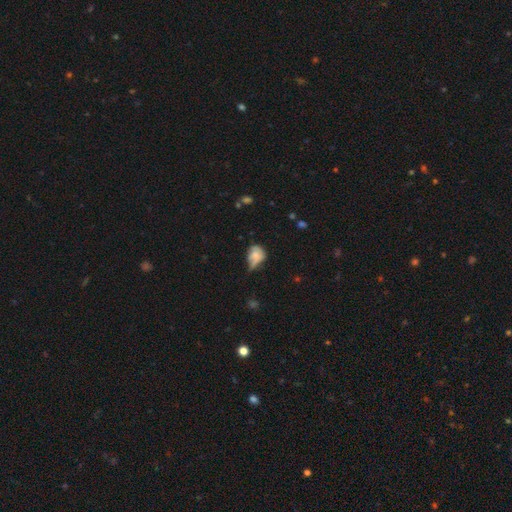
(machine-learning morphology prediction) This is likely a smooth galaxy (63%). How rounded: likely in between (63%). Merging: marginally minor disturbance (37%).